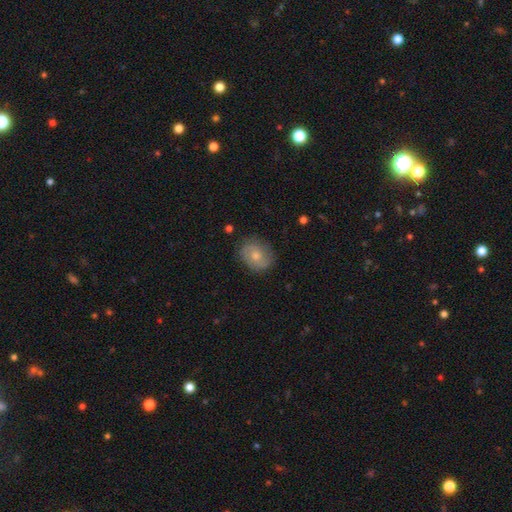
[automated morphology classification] A smooth galaxy with no disk features (52%) that is round (61%).

Vote fractions:
- Smooth or featured? smooth: 52% / featured or disk: 40% / star or artifact: 8%
- How rounded? round: 61% / in between: 38% / cigar-shaped: 1%
- Merging? none: 76% / minor disturbance: 18% / major disturbance: 5% / merger: 1%